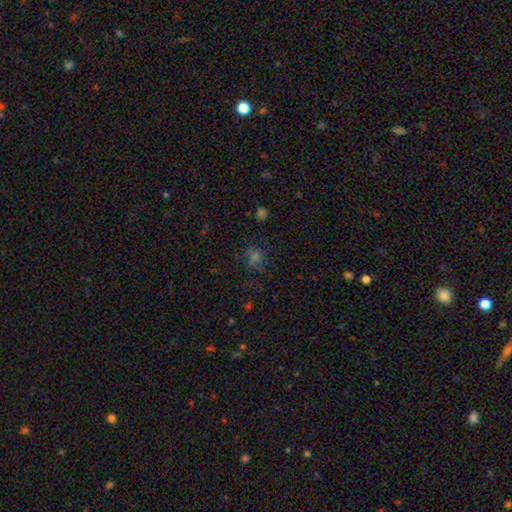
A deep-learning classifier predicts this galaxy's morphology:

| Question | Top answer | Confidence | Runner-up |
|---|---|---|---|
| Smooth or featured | smooth | 46% | star or artifact (41%) |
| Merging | none | 74% | minor disturbance (15%) |